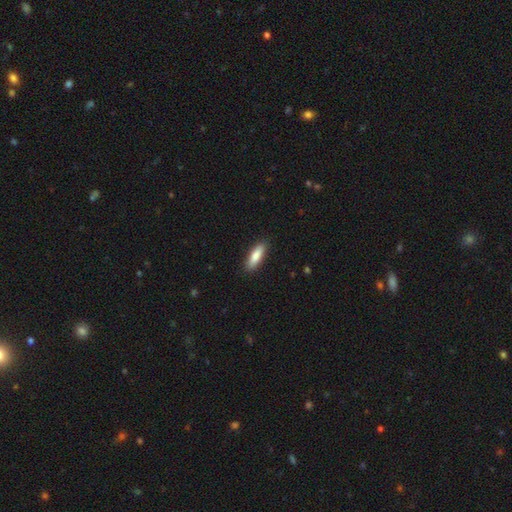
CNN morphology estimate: This appears to be a smooth galaxy with no disk features (83%) that is cigar-shaped (50%). Merging: none (89%).